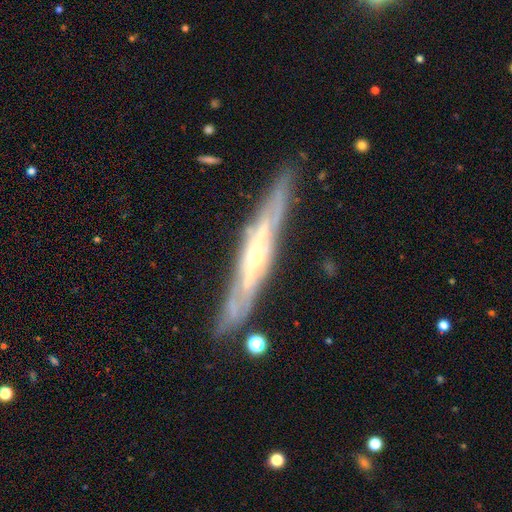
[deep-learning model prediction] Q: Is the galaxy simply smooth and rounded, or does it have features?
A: featured or disk — 83%.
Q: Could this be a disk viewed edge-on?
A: yes — 77%.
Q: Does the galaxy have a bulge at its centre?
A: rounded — 75%.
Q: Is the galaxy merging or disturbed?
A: none — 82%.